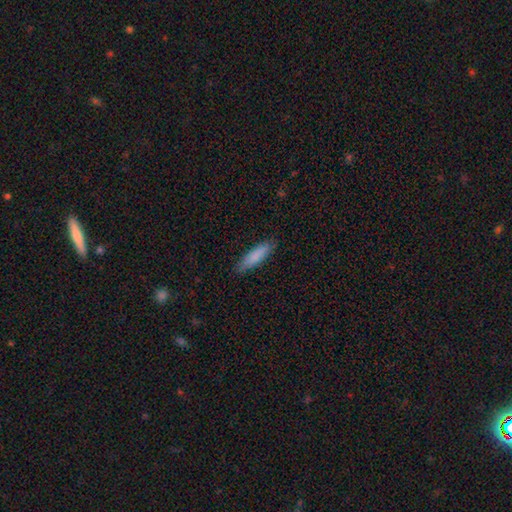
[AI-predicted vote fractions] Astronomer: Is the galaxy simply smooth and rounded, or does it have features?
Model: smooth — 84%.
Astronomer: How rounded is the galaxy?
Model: cigar-shaped — 71%.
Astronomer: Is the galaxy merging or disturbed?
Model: none — 85%.